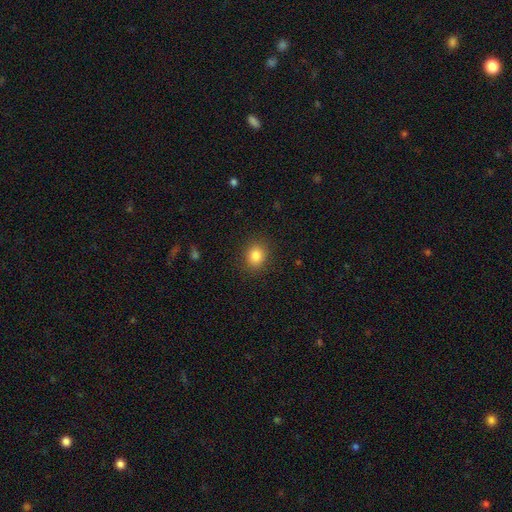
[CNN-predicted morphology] Overall: smooth (84%). How rounded: round (67%; in between 32%). Merging: none (88%).